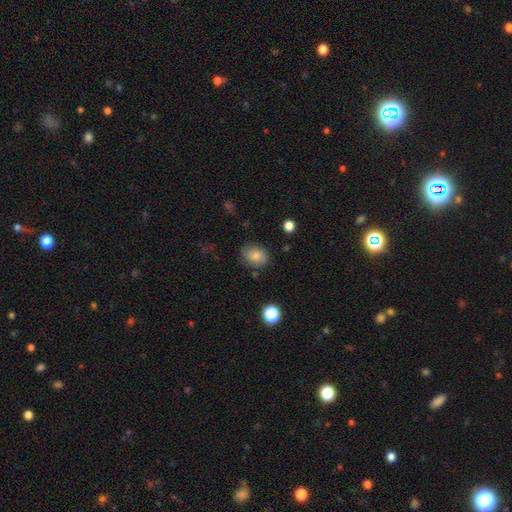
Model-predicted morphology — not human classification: type=smooth (82%); roundness=in between (57%); merging=none (79%).